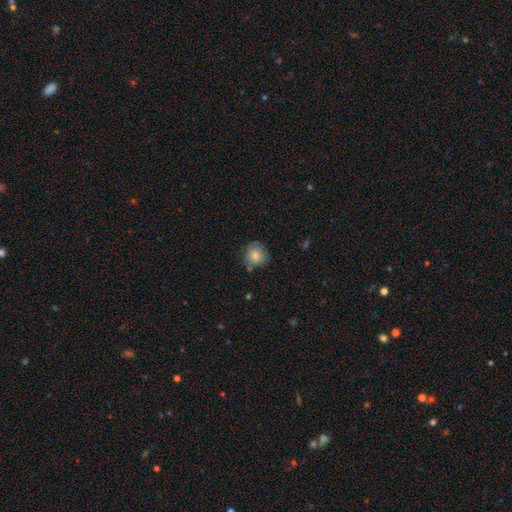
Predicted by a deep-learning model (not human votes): Smooth or featured? Predicted: smooth (p=0.79). How rounded? Predicted: round (p=0.85). Merging? Predicted: none (p=0.68).